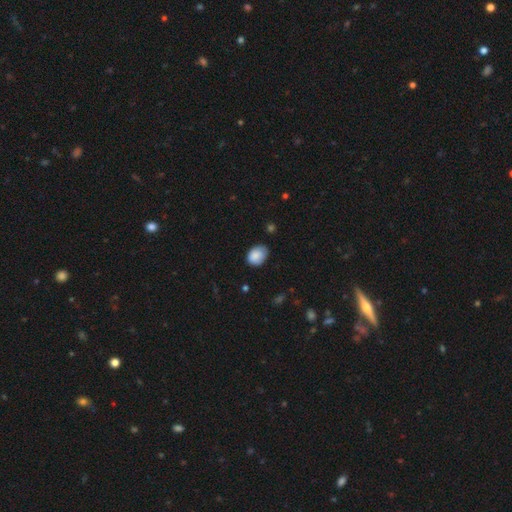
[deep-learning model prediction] Smooth or featured? smooth (86%)
How rounded? in between (72%)
Merging? none (63%)